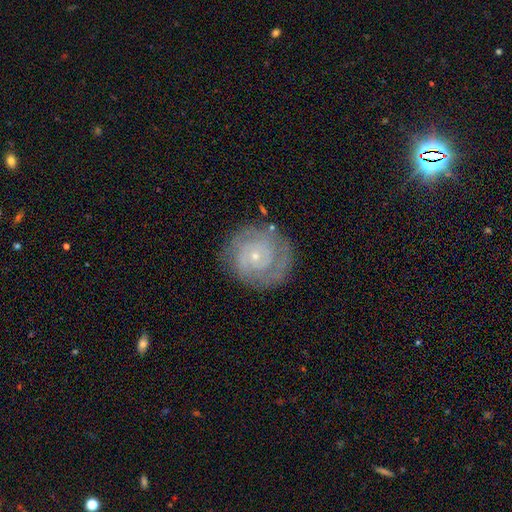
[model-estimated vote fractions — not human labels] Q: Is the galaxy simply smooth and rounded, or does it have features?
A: featured or disk — 79%.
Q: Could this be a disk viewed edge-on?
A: no — 98%.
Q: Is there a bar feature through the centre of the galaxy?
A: no — 78%.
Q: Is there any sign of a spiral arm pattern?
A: yes — 91%.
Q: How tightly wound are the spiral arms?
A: tight — 74%.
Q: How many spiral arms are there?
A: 2 — 37%.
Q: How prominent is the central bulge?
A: small — 82%.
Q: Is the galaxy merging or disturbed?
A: none — 80%.